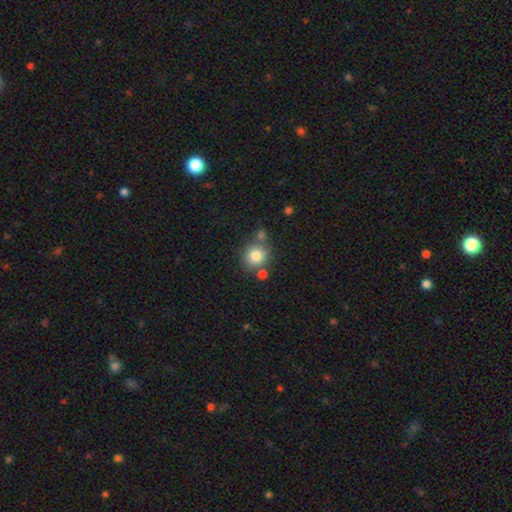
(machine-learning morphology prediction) A smooth galaxy with no disk features (80%) that is round (85%).

Vote fractions:
- Smooth or featured? smooth: 80% / star or artifact: 10% / featured or disk: 9%
- How rounded? round: 85% / in between: 14% / cigar-shaped: 1%
- Merging? none: 67% / merger: 17% / minor disturbance: 12% / major disturbance: 4%